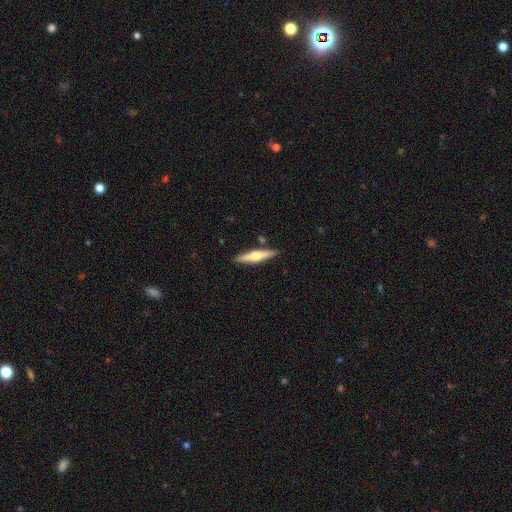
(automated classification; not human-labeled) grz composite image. It shows a featured or disk galaxy (55%) viewed edge-on (96%) with a rounded central bulge (90%). Merging: none (86%).